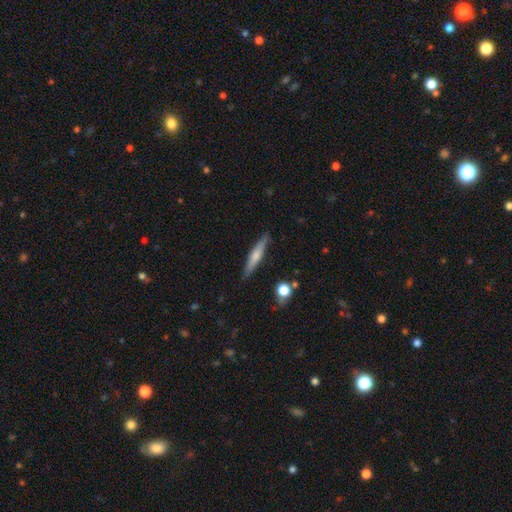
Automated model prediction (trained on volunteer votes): This is possibly a smooth galaxy (55%). How rounded: clearly cigar-shaped (90%). Merging: clearly none (87%).